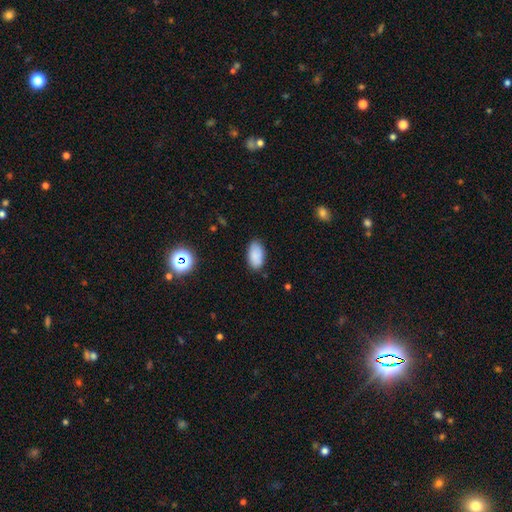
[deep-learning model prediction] Smooth or featured: smooth — 85% (star or artifact — 9%)
How rounded: in between — 94% (round — 4%)
Merging: none — 82% (minor disturbance — 14%)